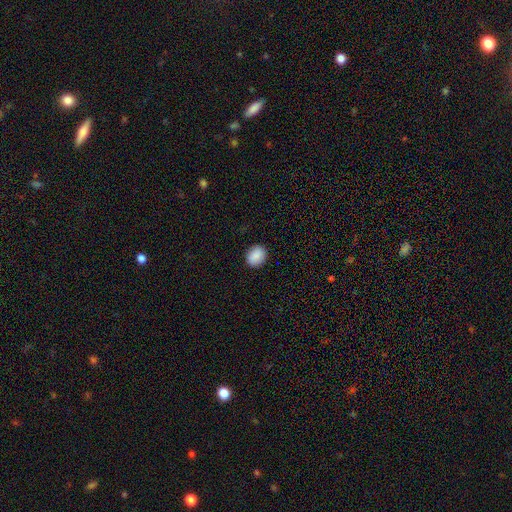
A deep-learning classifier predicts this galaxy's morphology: Smooth or featured?
  - smooth: 89% *
  - star or artifact: 7%
  - featured or disk: 3%
How rounded?
  - round: 54% *
  - in between: 45%
  - cigar-shaped: 1%
Merging?
  - none: 90% *
  - minor disturbance: 7%
  - major disturbance: 2%
  - merger: 1%